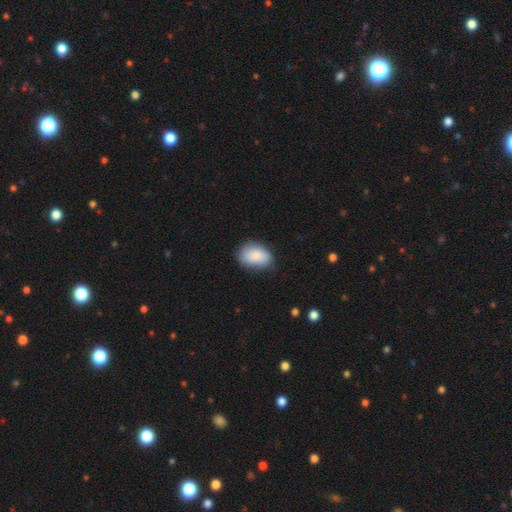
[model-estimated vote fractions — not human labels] smooth_or_featured: smooth (p=0.83) [alt: featured or disk p=0.10]
how_rounded: in between (p=0.82) [alt: round p=0.17]
merging: none (p=0.71) [alt: minor disturbance p=0.23]